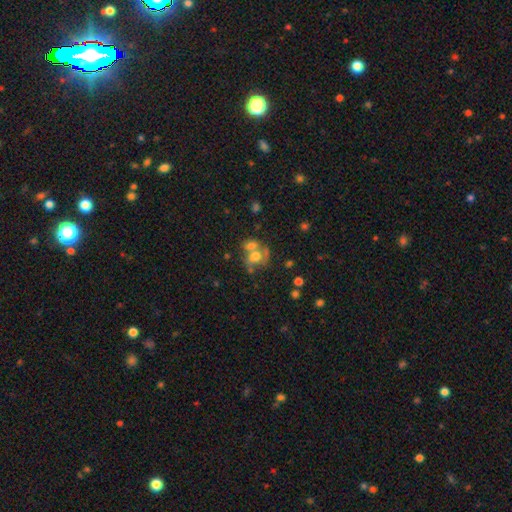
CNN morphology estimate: smooth_or_featured: smooth (p=0.55) [alt: featured or disk p=0.32]
how_rounded: in between (p=0.53) [alt: round p=0.45]
merging: merger (p=0.50) [alt: none p=0.28]